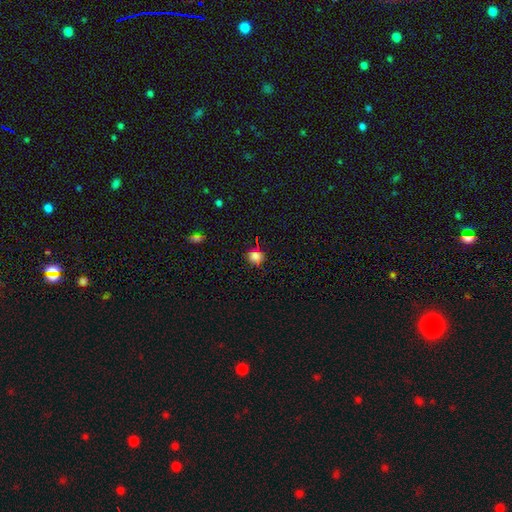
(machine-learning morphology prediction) type=smooth (76%); roundness=round (82%); merging=none (82%).